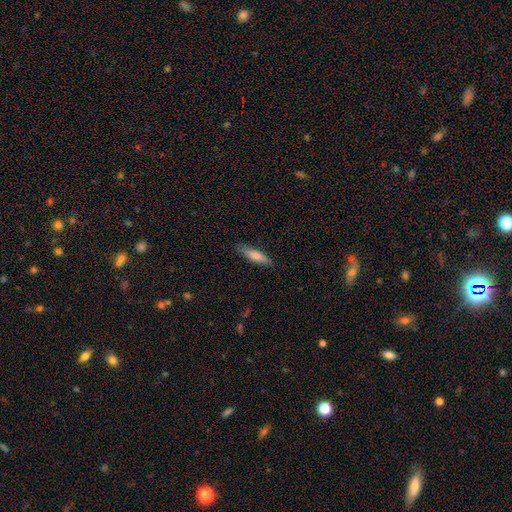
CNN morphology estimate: Smooth or featured: smooth — 75% (featured or disk — 20%)
How rounded: cigar-shaped — 69% (in between — 30%)
Merging: none — 81% (minor disturbance — 15%)